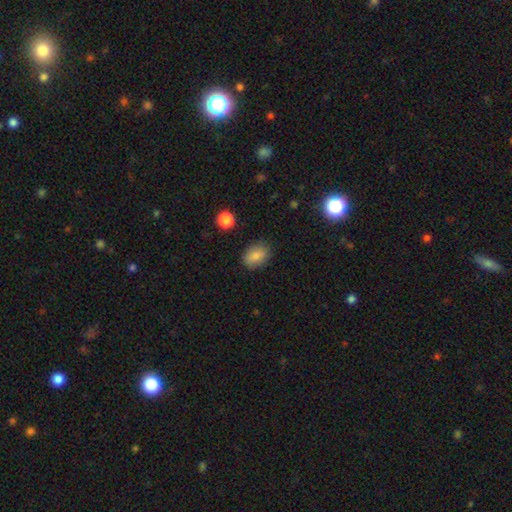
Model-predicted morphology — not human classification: This appears to be a smooth galaxy with no disk features (84%) that is in between round and cigar-shaped (70%). Merging: none (83%).